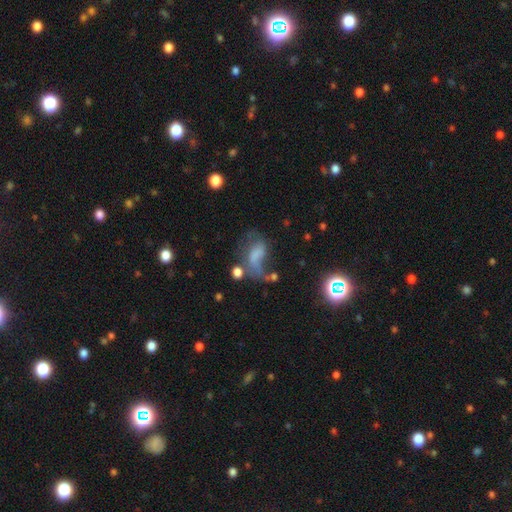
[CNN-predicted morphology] The model was most divided on "smooth or featured": smooth: 42%, featured or disk: 40%, star or artifact: 18%. Remaining: merging — major disturbance (43%).